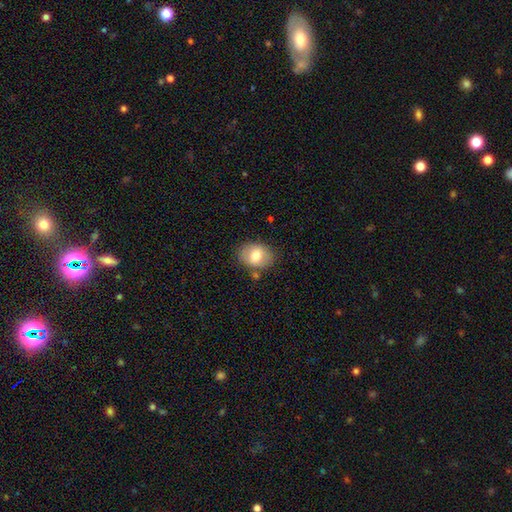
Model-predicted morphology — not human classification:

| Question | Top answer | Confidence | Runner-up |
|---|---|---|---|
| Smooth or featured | smooth | 73% | featured or disk (20%) |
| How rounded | in between | 65% | round (34%) |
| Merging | none | 78% | minor disturbance (14%) |